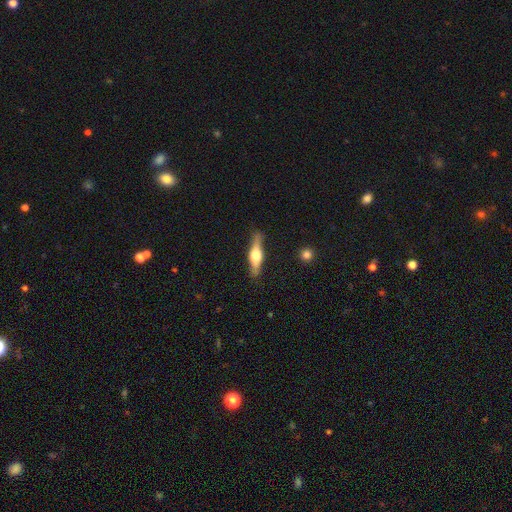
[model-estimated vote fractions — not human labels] A featured or disk galaxy (65%) viewed edge-on (96%) with a rounded central bulge (91%).

Vote fractions:
- Smooth or featured? featured or disk: 65% / smooth: 30% / star or artifact: 5%
- Edge-on disk? yes: 96% / no: 4%
- Edge-on bulge? rounded: 91% / boxy: 7% / none: 2%
- Merging? none: 84% / minor disturbance: 12% / major disturbance: 3% / merger: 2%